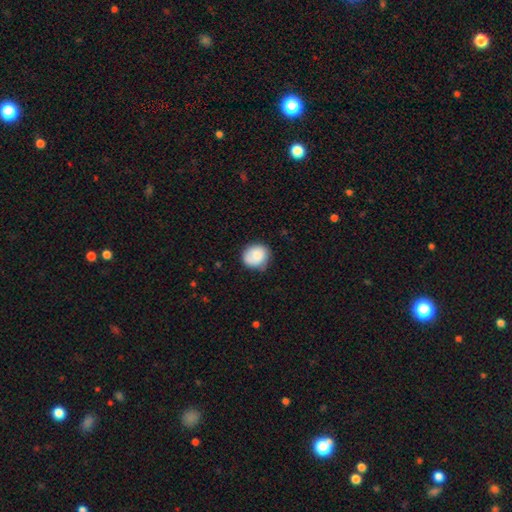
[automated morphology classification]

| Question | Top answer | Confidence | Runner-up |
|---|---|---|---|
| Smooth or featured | smooth | 82% | featured or disk (10%) |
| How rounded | round | 82% | in between (17%) |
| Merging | none | 73% | minor disturbance (21%) |